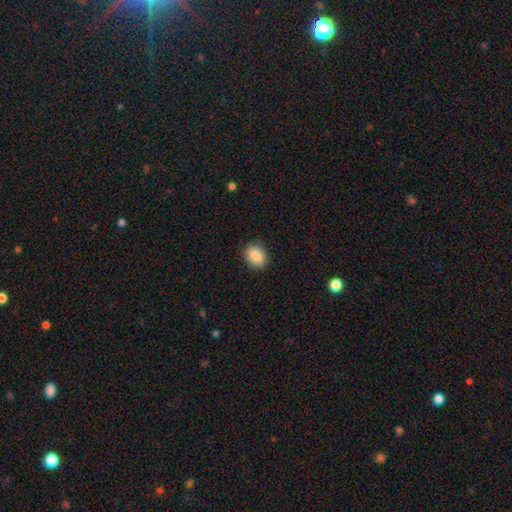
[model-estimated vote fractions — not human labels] A smooth galaxy with no disk features (86%) that is round (51%).

Vote fractions:
- Smooth or featured? smooth: 86% / star or artifact: 8% / featured or disk: 6%
- How rounded? round: 51% / in between: 48% / cigar-shaped: 1%
- Merging? none: 87% / minor disturbance: 10% / major disturbance: 2% / merger: 1%